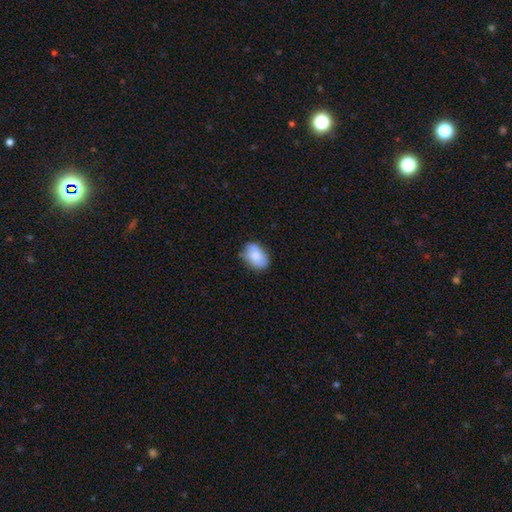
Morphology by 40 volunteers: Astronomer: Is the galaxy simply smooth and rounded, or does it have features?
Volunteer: smooth — 82%.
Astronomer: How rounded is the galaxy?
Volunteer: in between — 85%.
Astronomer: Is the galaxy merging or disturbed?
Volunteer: none — 87%.